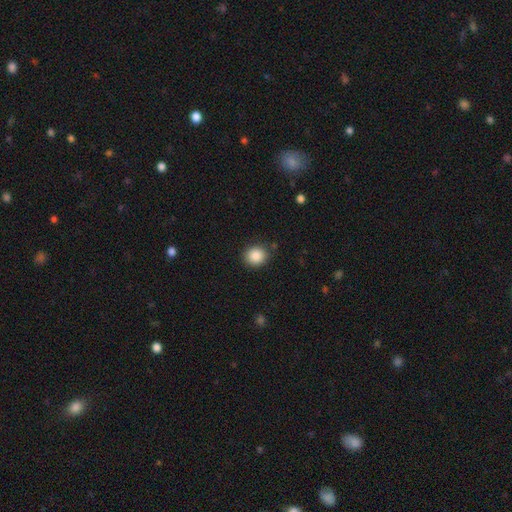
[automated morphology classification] Smooth or featured?
  - smooth: 88% *
  - star or artifact: 9%
  - featured or disk: 4%
How rounded?
  - round: 81% *
  - in between: 18%
  - cigar-shaped: 1%
Merging?
  - none: 87% *
  - minor disturbance: 9%
  - major disturbance: 3%
  - merger: 2%